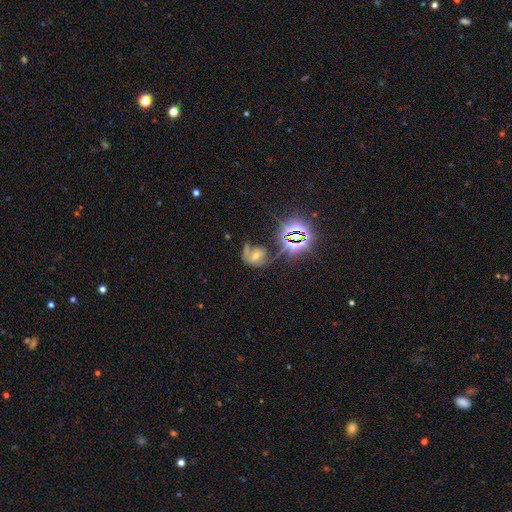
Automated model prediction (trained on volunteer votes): Q: Smooth or featured?
A: star or artifact (44%); runner-up: featured or disk (38%)